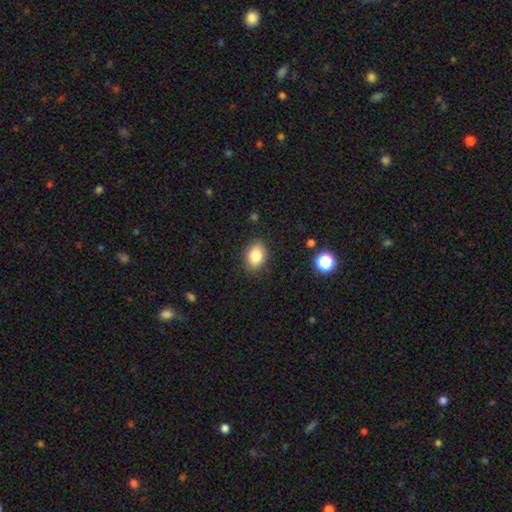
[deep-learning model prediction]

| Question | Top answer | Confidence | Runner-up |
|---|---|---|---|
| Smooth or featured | smooth | 83% | star or artifact (9%) |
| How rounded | in between | 73% | round (26%) |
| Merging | none | 87% | minor disturbance (10%) |